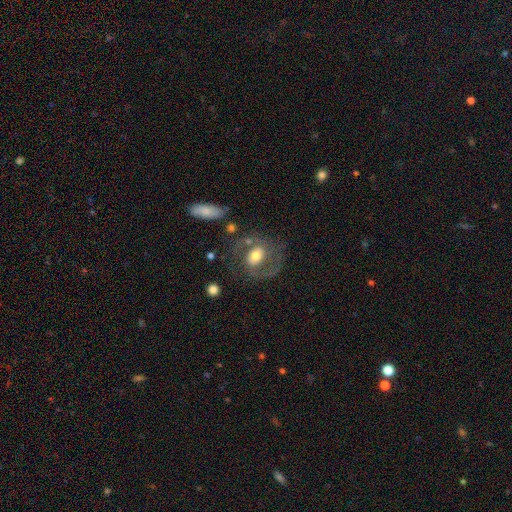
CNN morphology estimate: Smooth or featured? Predicted: featured or disk (p=0.63). Edge-on disk? Predicted: no (p=0.96). Bar? Predicted: no (p=0.56). Spiral arms? Predicted: yes (p=0.70). Bulge size? Predicted: moderate (p=0.62). Merging? Predicted: none (p=0.62).